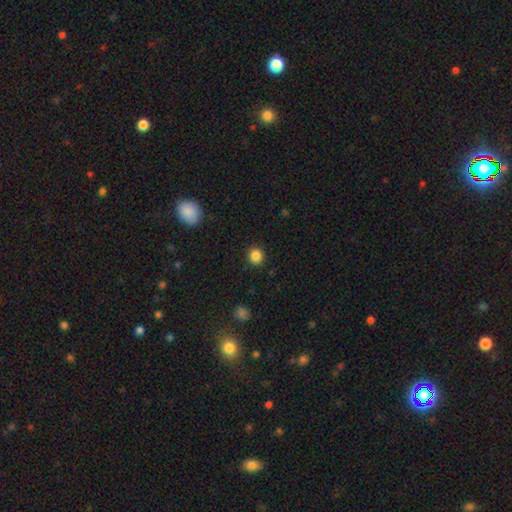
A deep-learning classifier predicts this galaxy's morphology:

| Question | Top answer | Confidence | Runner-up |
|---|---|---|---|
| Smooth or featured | smooth | 85% | star or artifact (11%) |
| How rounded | round | 88% | in between (11%) |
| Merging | none | 91% | minor disturbance (6%) |